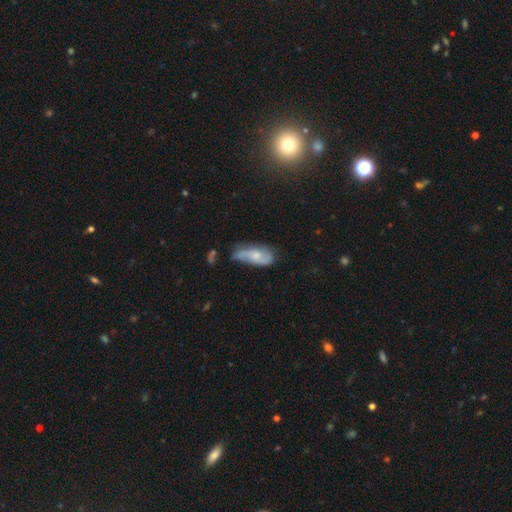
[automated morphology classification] Smooth or featured? featured or disk (53%)
Edge-on disk? no (91%)
Merging? none (44%)